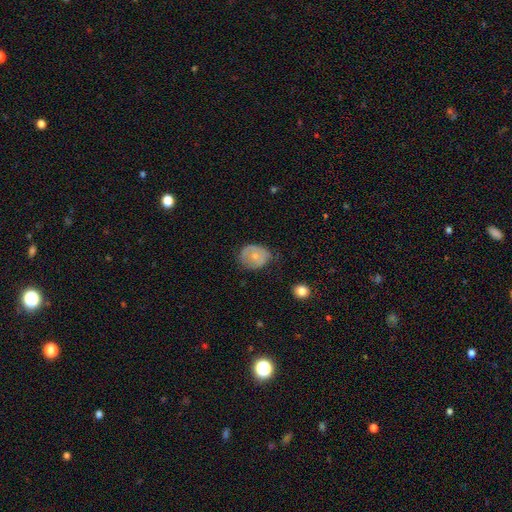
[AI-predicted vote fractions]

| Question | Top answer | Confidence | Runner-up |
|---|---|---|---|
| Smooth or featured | smooth | 58% | featured or disk (35%) |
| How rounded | round | 50% | in between (49%) |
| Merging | none | 45% | minor disturbance (37%) |